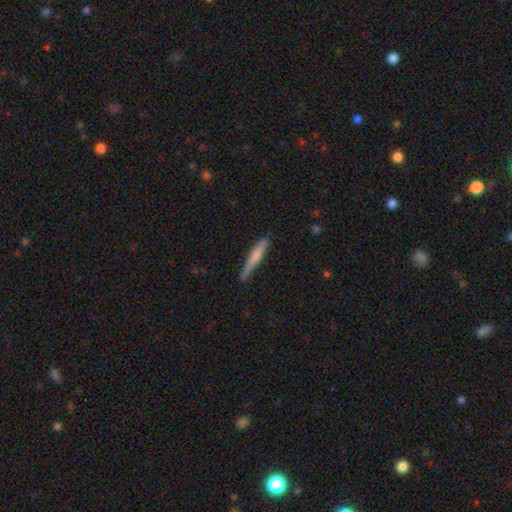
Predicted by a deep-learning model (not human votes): Smooth or featured: smooth — 62% (featured or disk — 32%)
How rounded: cigar-shaped — 94% (in between — 5%)
Merging: none — 77% (minor disturbance — 18%)